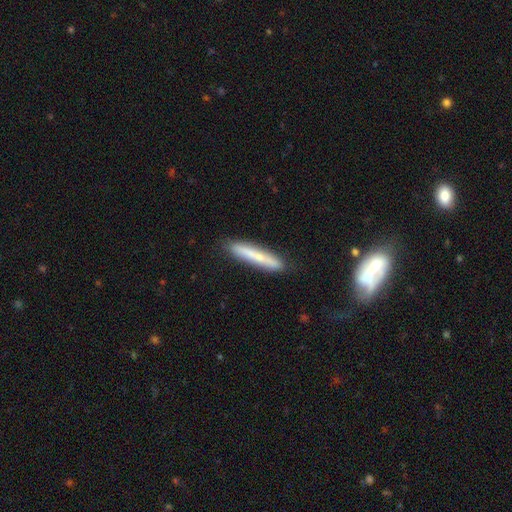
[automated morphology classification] Smooth or featured: smooth — 59% (featured or disk — 34%)
How rounded: cigar-shaped — 94% (in between — 5%)
Merging: none — 86% (minor disturbance — 10%)